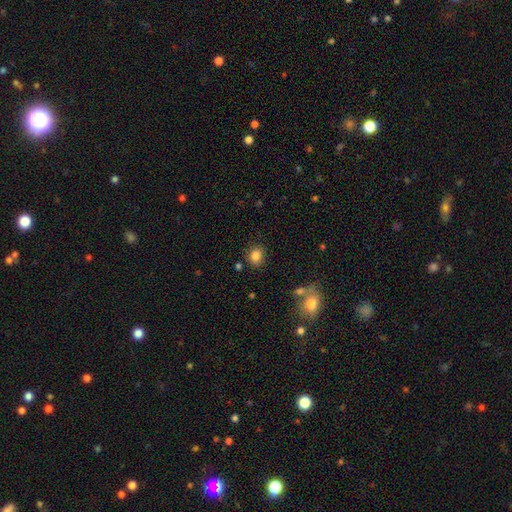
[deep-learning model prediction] The model was most divided on "how rounded": round: 66%, in between: 33%, cigar-shaped: 1%. More confident: smooth or featured — smooth (83%); merging — none (83%).